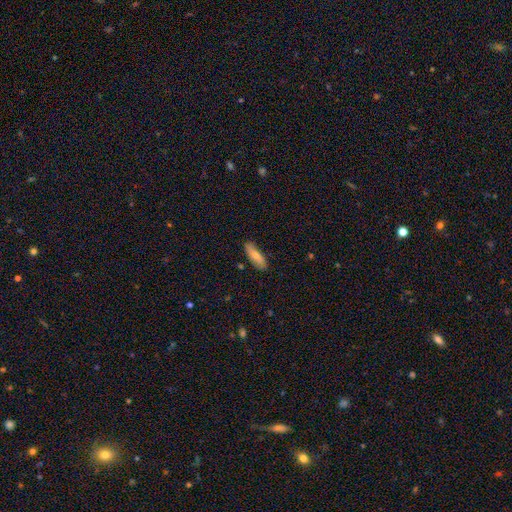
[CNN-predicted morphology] Smooth or featured? smooth (68%)
How rounded? in between (54%)
Merging? none (85%)